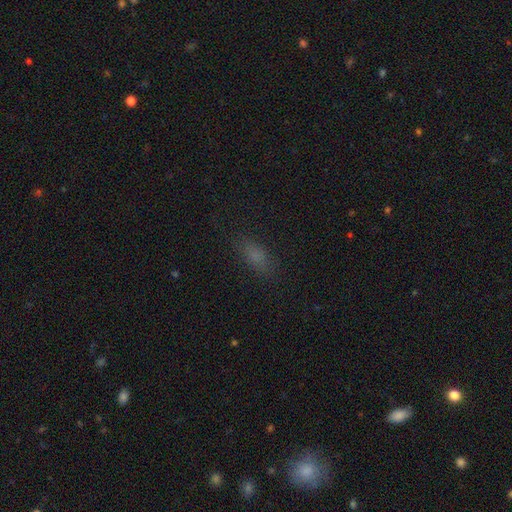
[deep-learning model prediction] Smooth or featured? Predicted: smooth (p=0.72). How rounded? Predicted: in between (p=0.73). Merging? Predicted: none (p=0.81).